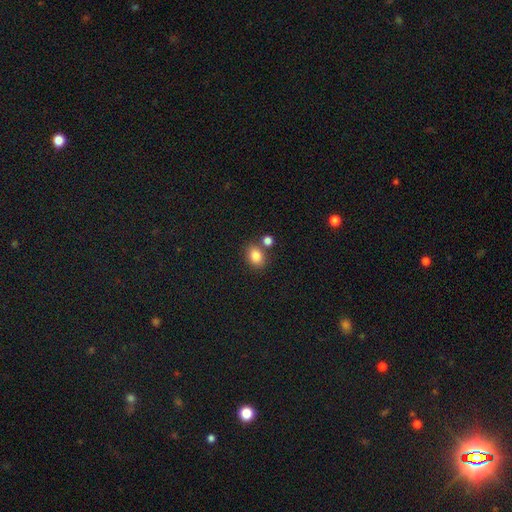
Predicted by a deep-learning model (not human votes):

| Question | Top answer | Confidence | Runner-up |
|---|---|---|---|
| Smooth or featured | smooth | 83% | star or artifact (10%) |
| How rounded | in between | 58% | round (41%) |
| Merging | none | 69% | merger (17%) |